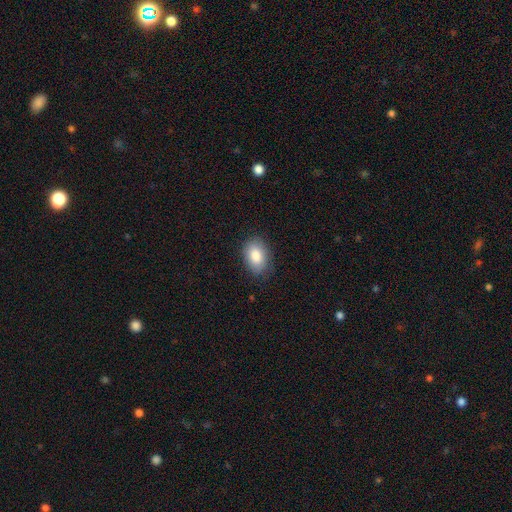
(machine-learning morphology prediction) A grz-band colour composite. It shows a smooth galaxy with no disk features (83%) that is in between round and cigar-shaped (85%). Merging: none (82%).